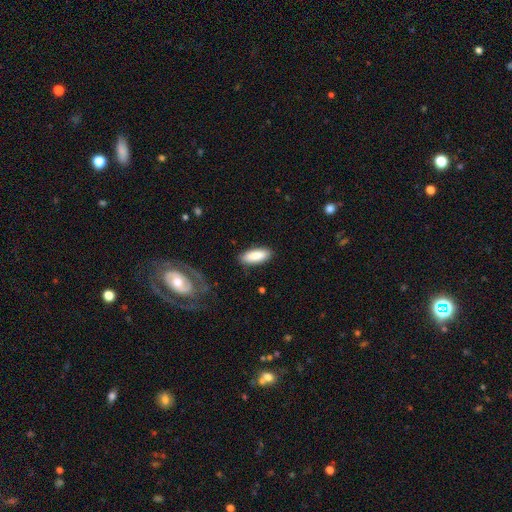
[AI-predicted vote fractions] The model was most divided on "how rounded": in between: 72%, cigar-shaped: 27%, round: 2%. More confident: smooth or featured — smooth (87%); merging — none (86%).